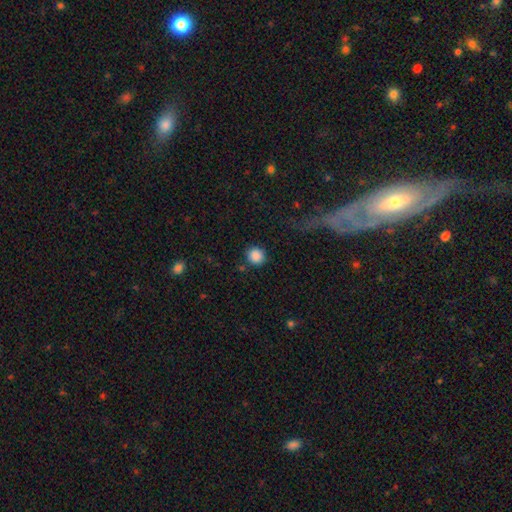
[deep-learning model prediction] smooth_or_featured: smooth (p=0.87) [alt: star or artifact p=0.09]
how_rounded: round (p=0.90) [alt: in between p=0.09]
merging: none (p=0.81) [alt: minor disturbance p=0.10]